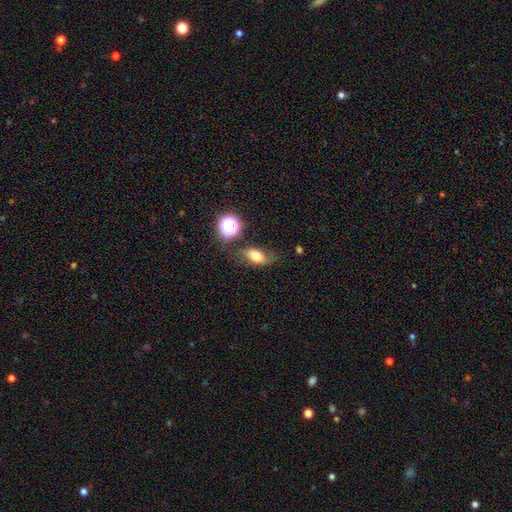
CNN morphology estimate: A smooth galaxy with no disk features (68%) that is in between round and cigar-shaped (79%). Merging: none (63%).